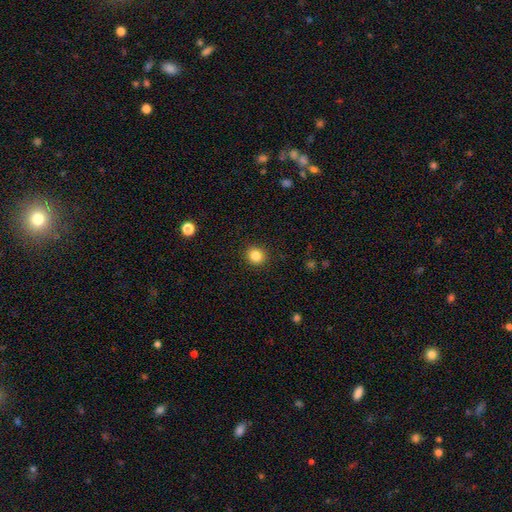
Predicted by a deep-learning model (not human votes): Overall: smooth (84%). How rounded: round (88%). Merging: none (91%).